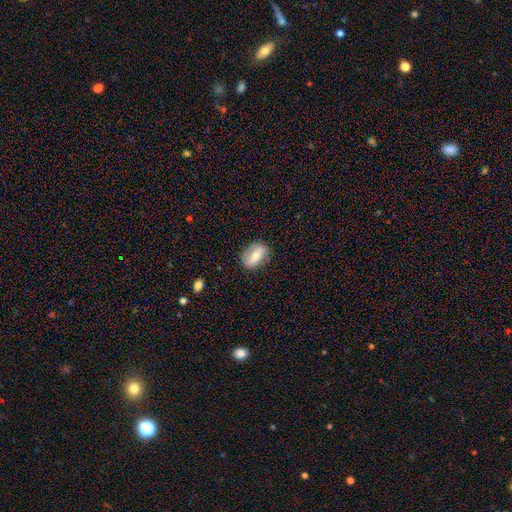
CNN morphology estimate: A smooth galaxy with no disk features (53%) that is in between round and cigar-shaped (82%).

Vote fractions:
- Smooth or featured? smooth: 53% / featured or disk: 40% / star or artifact: 7%
- How rounded? in between: 82% / round: 15% / cigar-shaped: 3%
- Merging? none: 79% / minor disturbance: 16% / major disturbance: 4% / merger: 1%